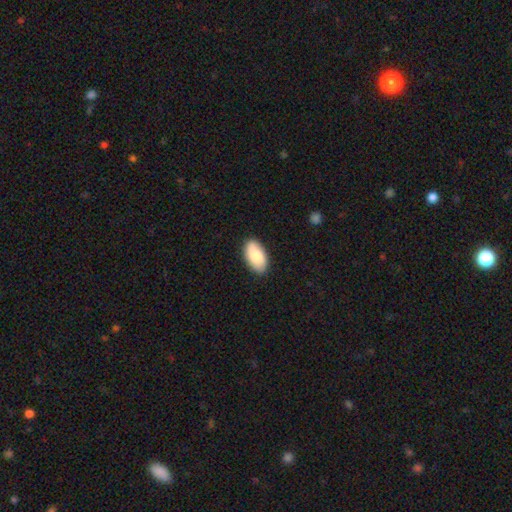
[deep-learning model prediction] Smooth or featured? smooth (81%)
How rounded? in between (95%)
Merging? none (84%)